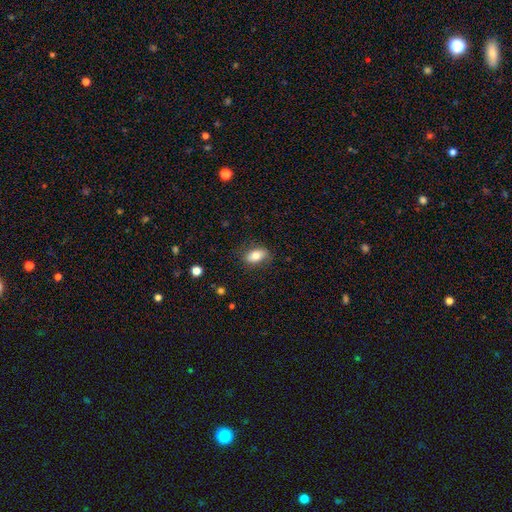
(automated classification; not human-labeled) Morphology: type=smooth (78%); roundness=in between (88%); merging=none (78%).